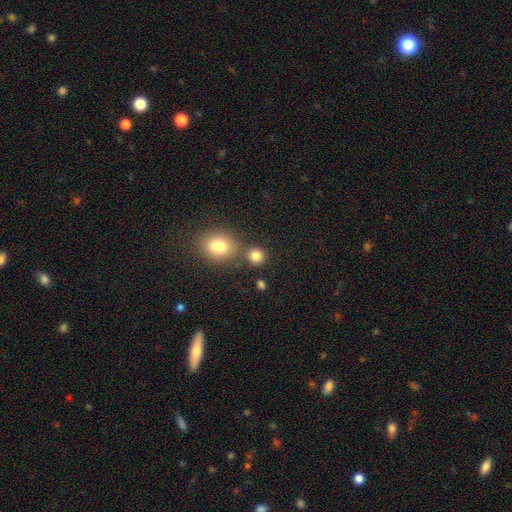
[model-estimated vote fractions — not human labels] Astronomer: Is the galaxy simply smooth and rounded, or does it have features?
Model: smooth — 83%.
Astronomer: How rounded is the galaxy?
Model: round — 87%.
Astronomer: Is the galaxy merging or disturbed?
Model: none — 72%.